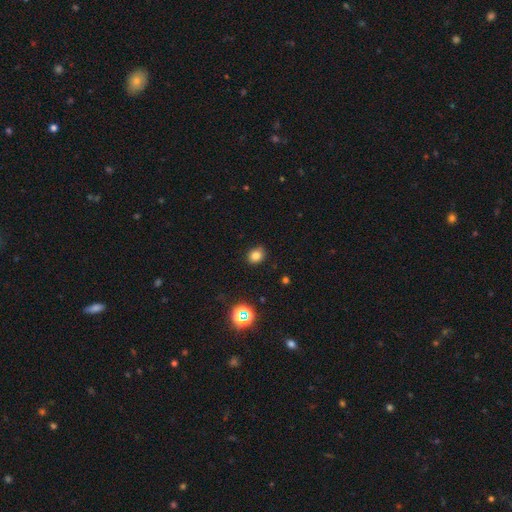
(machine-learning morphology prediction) smooth_or_featured: smooth (p=0.80) [alt: star or artifact p=0.15]
how_rounded: round (p=0.61) [alt: in between p=0.39]
merging: none (p=0.84) [alt: minor disturbance p=0.12]